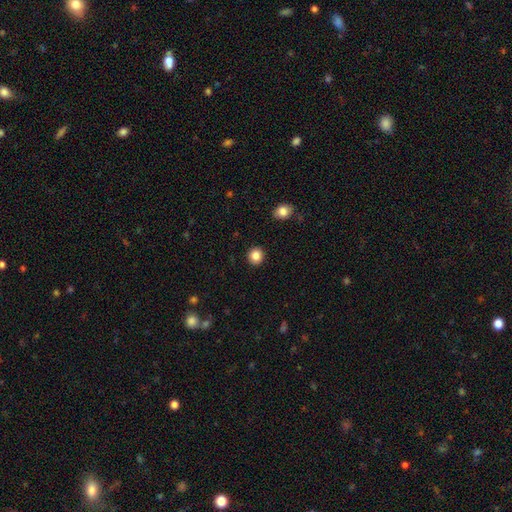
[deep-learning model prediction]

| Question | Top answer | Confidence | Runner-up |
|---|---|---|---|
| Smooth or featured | smooth | 85% | star or artifact (10%) |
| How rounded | round | 88% | in between (11%) |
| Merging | none | 92% | minor disturbance (5%) |